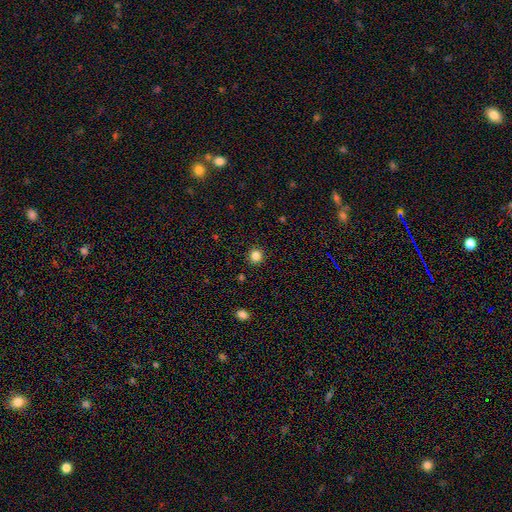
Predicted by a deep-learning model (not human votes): Smooth or featured: smooth — 83% (star or artifact — 13%)
How rounded: round — 93% (in between — 6%)
Merging: none — 92% (minor disturbance — 5%)